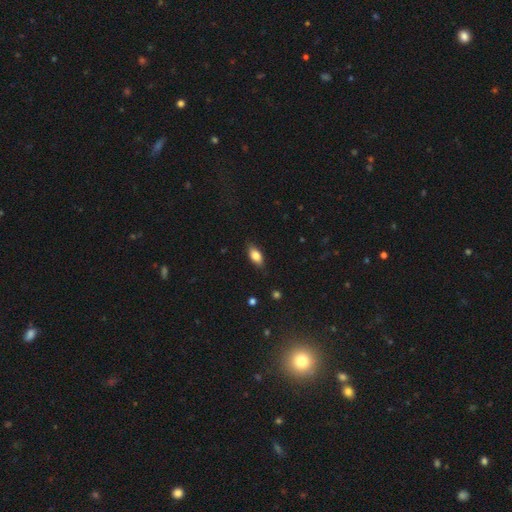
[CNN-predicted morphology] This appears to be a smooth galaxy with no disk features (79%) that is in between round and cigar-shaped (86%). Merging: none (84%).